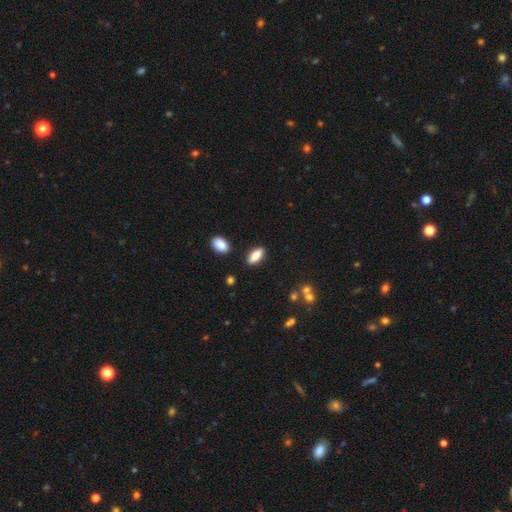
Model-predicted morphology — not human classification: Smooth or featured: smooth — 84% (featured or disk — 9%)
How rounded: in between — 79% (cigar-shaped — 18%)
Merging: none — 86% (minor disturbance — 9%)